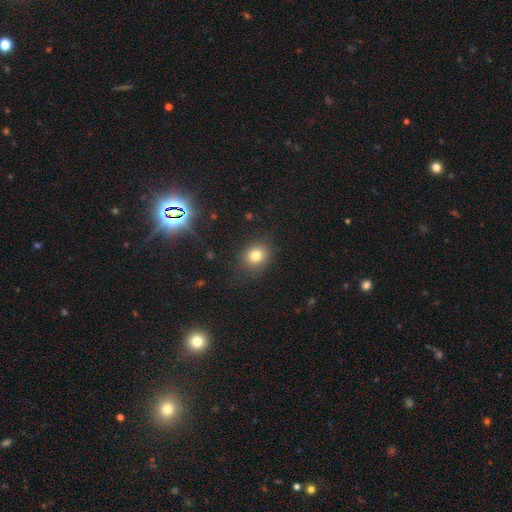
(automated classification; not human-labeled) smooth_or_featured: smooth (p=0.78) [alt: star or artifact p=0.14]
how_rounded: round (p=0.73) [alt: in between p=0.26]
merging: none (p=0.83) [alt: minor disturbance p=0.12]